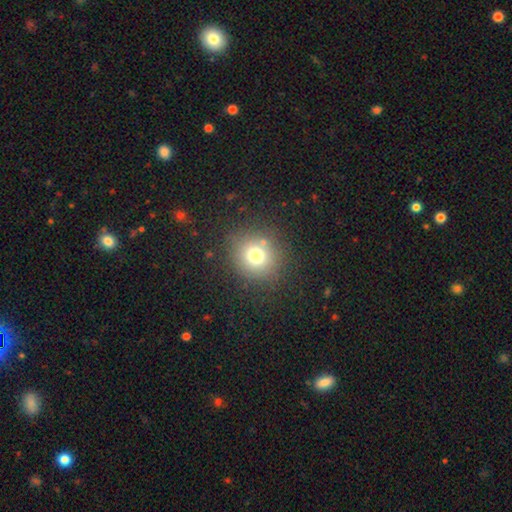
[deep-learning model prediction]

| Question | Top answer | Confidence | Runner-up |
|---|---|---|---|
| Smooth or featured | smooth | 73% | star or artifact (17%) |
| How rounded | round | 86% | in between (13%) |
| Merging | none | 83% | minor disturbance (9%) |